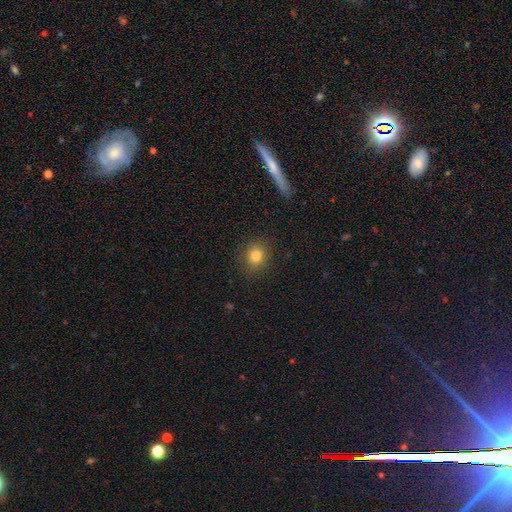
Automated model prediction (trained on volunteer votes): Overall: smooth (82%). How rounded: round (75%). Merging: none (86%).